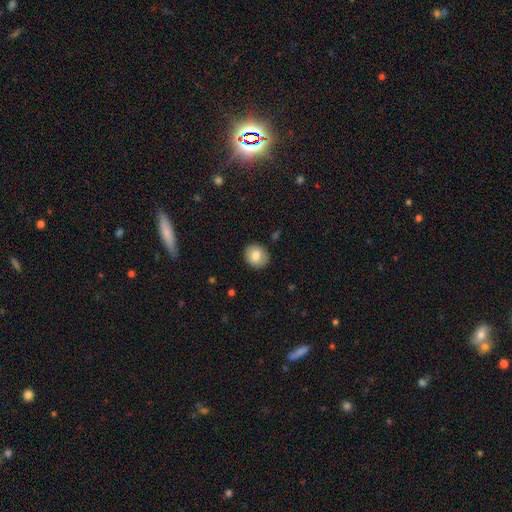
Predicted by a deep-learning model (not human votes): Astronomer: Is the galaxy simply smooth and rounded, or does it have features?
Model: smooth — 80%.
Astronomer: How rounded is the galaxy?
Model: round — 75%.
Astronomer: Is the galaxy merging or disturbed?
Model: none — 89%.